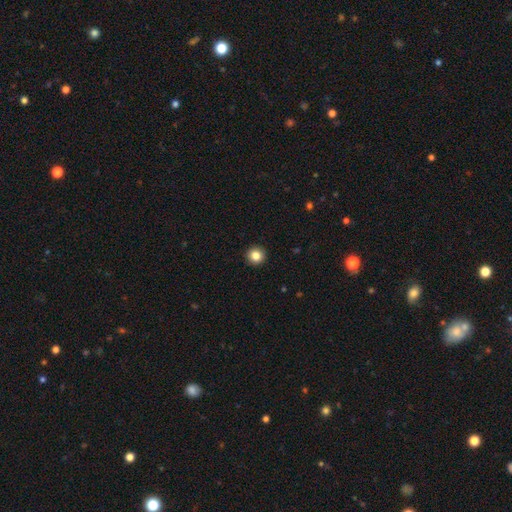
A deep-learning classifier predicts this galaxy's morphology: This is clearly a smooth galaxy (84%). How rounded: clearly round (95%). Merging: clearly none (94%).